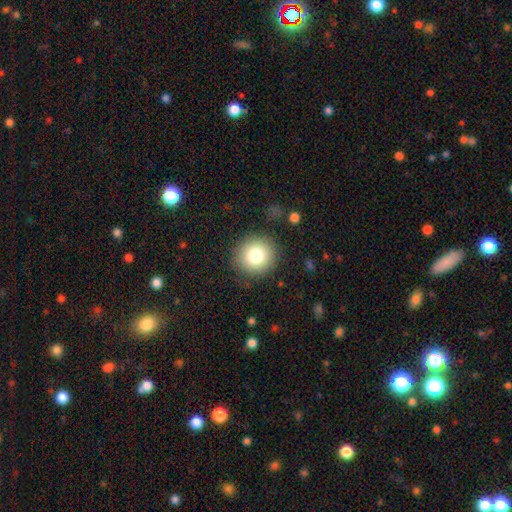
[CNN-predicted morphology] Q: Smooth or featured?
A: smooth (79%); runner-up: star or artifact (11%)
Q: How rounded?
A: round (90%); runner-up: in between (9%)
Q: Merging?
A: none (88%); runner-up: minor disturbance (8%)